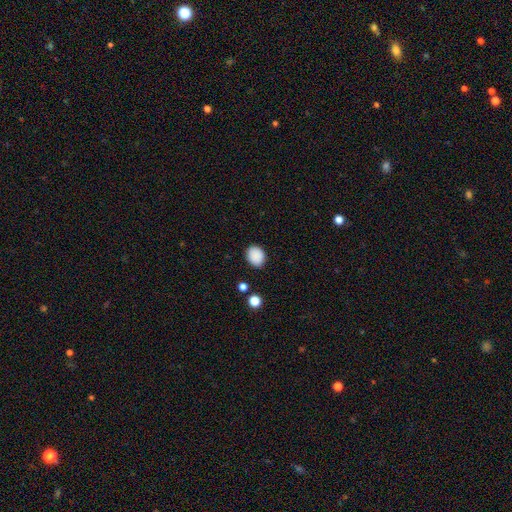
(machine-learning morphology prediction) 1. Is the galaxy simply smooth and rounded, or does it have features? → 88% smooth, 9% star or artifact, 3% featured or disk.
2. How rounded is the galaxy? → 50% in between, 49% round, 1% cigar-shaped.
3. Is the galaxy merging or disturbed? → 87% none, 9% minor disturbance, 2% major disturbance, 2% merger.